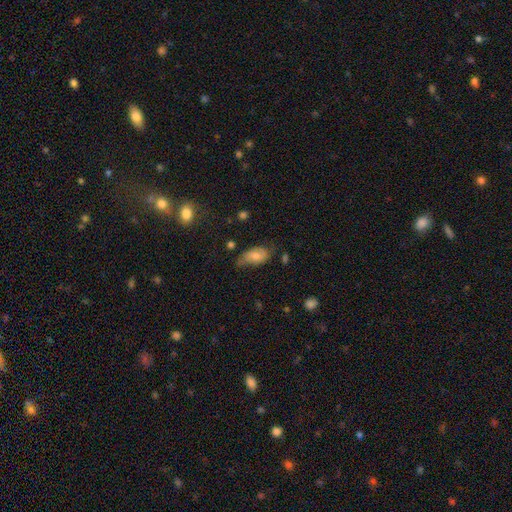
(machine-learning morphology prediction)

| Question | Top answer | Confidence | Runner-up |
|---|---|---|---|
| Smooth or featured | smooth | 67% | featured or disk (24%) |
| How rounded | in between | 91% | round (6%) |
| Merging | none | 45% | minor disturbance (38%) |